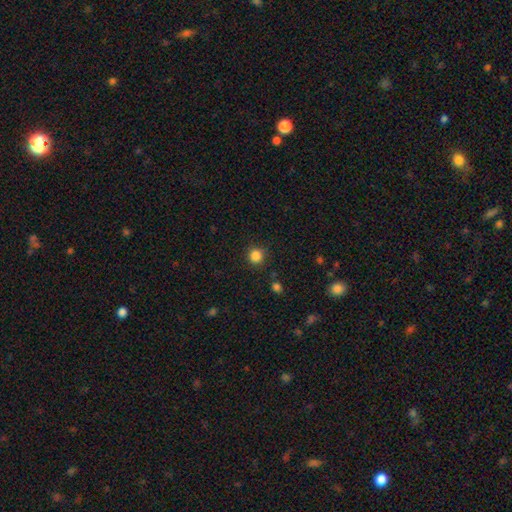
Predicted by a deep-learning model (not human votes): smooth-or-featured: smooth: 85% | star or artifact: 12% | featured or disk: 3%
  how-rounded: round: 92% | in between: 7% | cigar-shaped: 1%
  merging: none: 88% | minor disturbance: 8% | major disturbance: 3% | merger: 2%